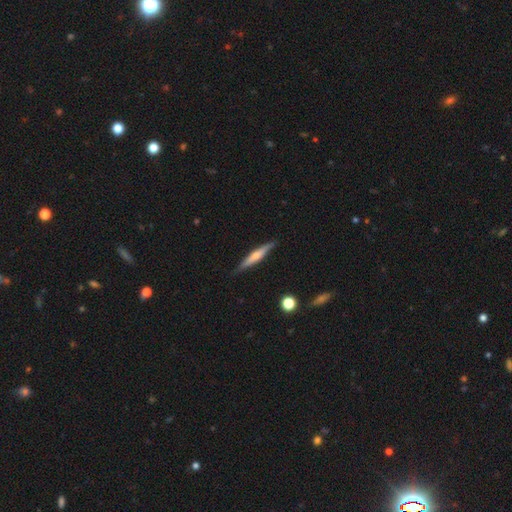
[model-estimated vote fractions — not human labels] Smooth or featured? Predicted: featured or disk (p=0.51). Edge-on disk? Predicted: yes (p=0.95). Merging? Predicted: none (p=0.86).